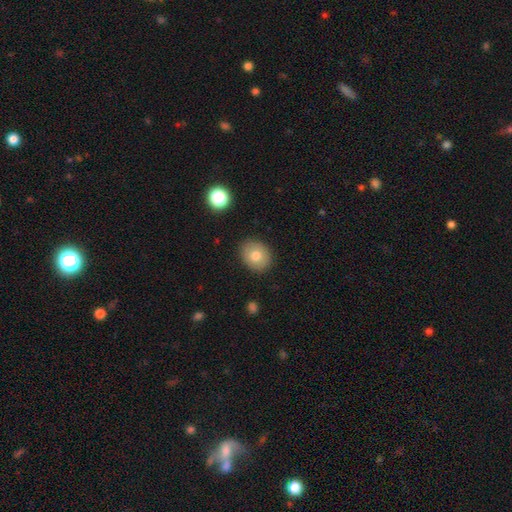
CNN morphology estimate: A smooth galaxy with no disk features (76%) that is round (56%). Merging: none (87%).